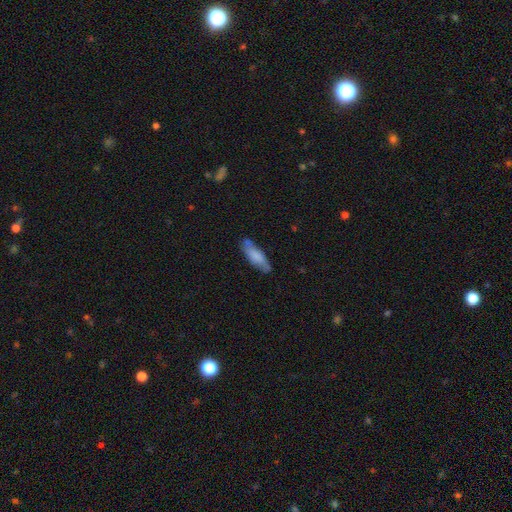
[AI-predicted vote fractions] Overall: smooth (71%). How rounded: in between (50%; cigar-shaped 48%). Merging: none (72%).